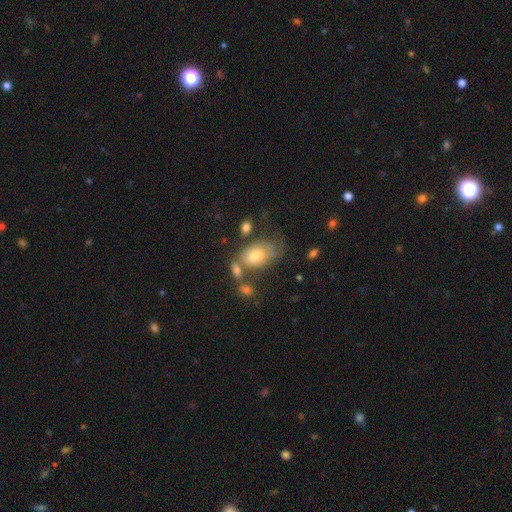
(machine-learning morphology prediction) A smooth galaxy with no disk features (71%) that is in between round and cigar-shaped (88%). Merging: none (40%).